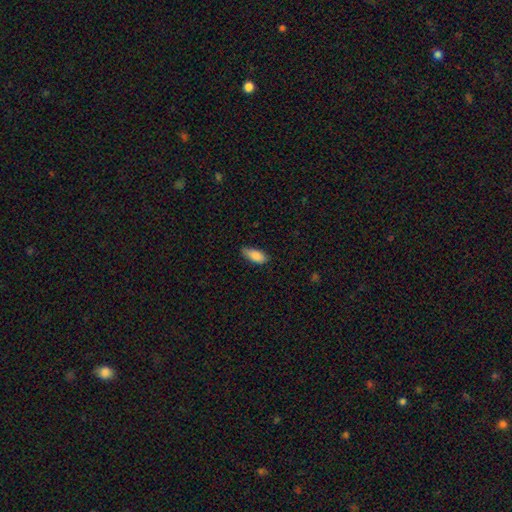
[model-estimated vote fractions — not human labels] The model was most divided on "merging": none: 78%, minor disturbance: 19%, major disturbance: 3%, merger: 1%. More confident: smooth or featured — smooth (86%); how rounded — in between (84%).